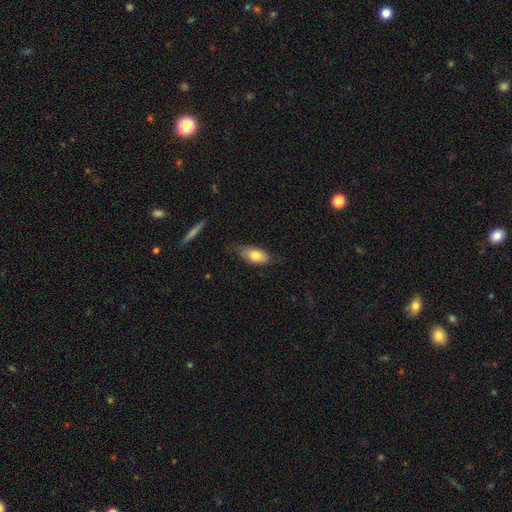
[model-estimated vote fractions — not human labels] Smooth or featured? Predicted: smooth (p=0.75). How rounded? Predicted: in between (p=0.87). Merging? Predicted: none (p=0.66).